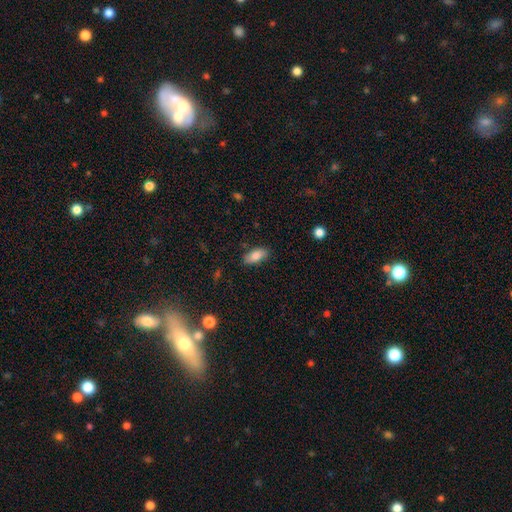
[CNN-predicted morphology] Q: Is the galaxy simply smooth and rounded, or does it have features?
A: smooth — 84%.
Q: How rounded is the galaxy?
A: in between — 88%.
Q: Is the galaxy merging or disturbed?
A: none — 84%.